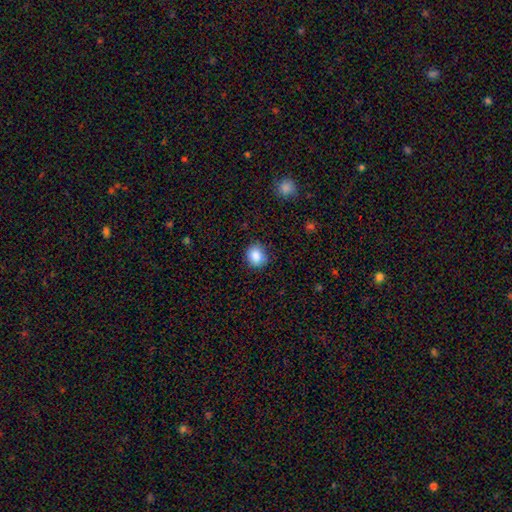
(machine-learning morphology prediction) This appears to be a smooth galaxy with no disk features (87%) that is round (74%). Merging: none (85%).